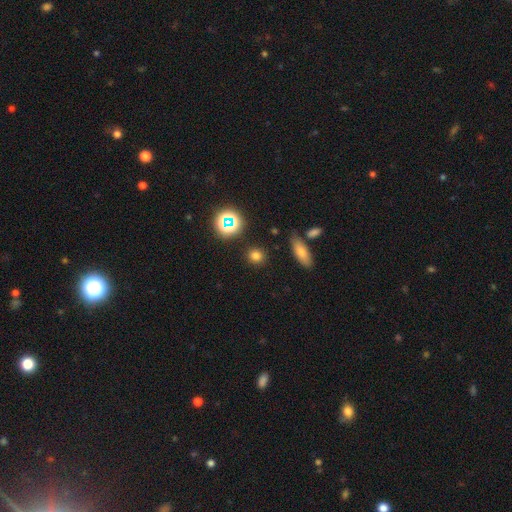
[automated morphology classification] Smooth or featured? smooth (74%)
How rounded? round (84%)
Merging? none (87%)